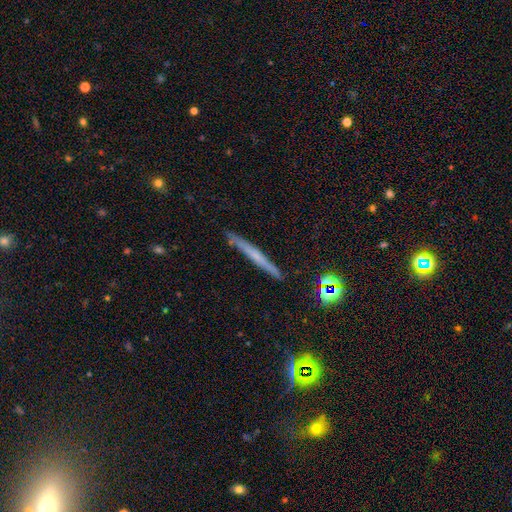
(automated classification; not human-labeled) Overall: featured or disk (48%; smooth 39%). Merging: none (89%).